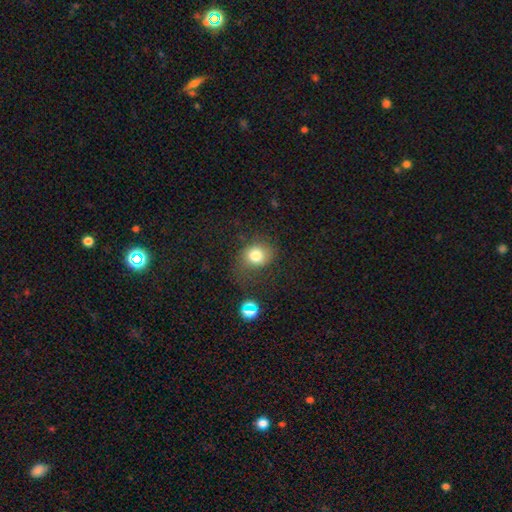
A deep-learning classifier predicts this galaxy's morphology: Smooth or featured? smooth (78%)
How rounded? round (64%)
Merging? none (59%)